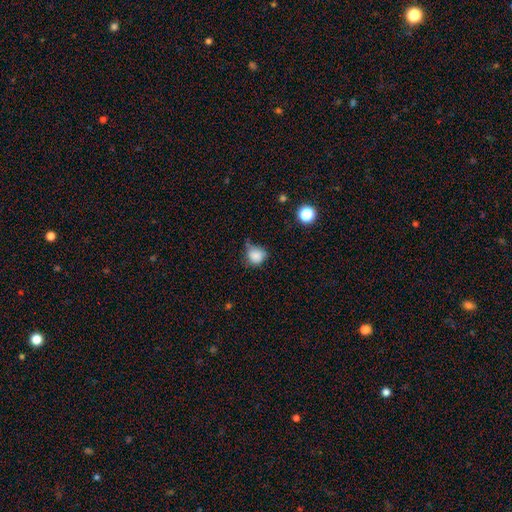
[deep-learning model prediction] Smooth or featured? smooth (83%)
How rounded? round (75%)
Merging? none (48%)